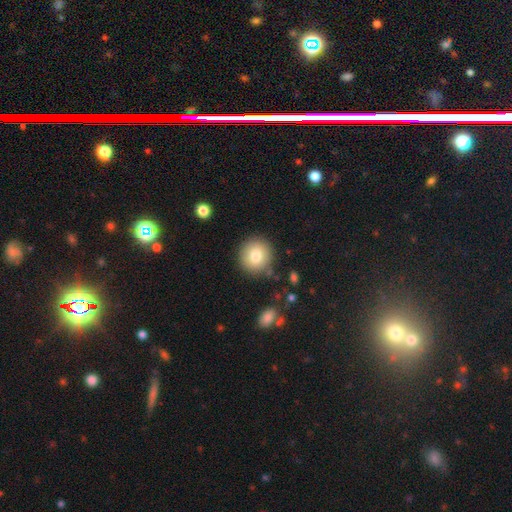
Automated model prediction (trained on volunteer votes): smooth-or-featured: smooth: 79% | featured or disk: 12% | star or artifact: 9%
  how-rounded: round: 90% | in between: 9% | cigar-shaped: 1%
  merging: none: 86% | minor disturbance: 9% | major disturbance: 3% | merger: 2%